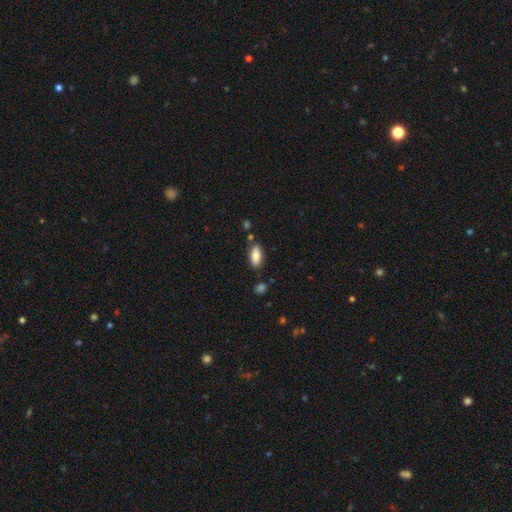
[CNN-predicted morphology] The model was most divided on "merging": none: 79%, minor disturbance: 13%, merger: 5%, major disturbance: 3%. More confident: how rounded — in between (89%); smooth or featured — smooth (84%).